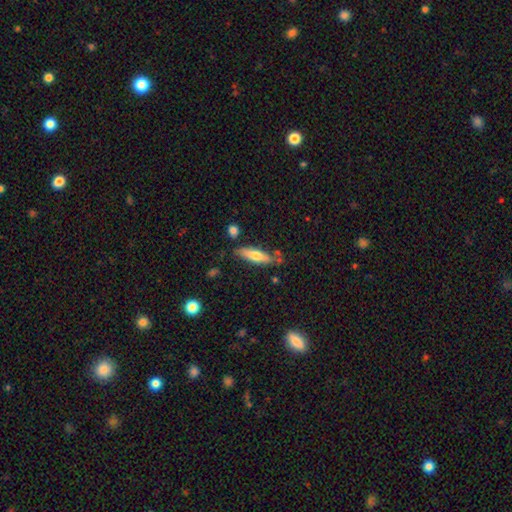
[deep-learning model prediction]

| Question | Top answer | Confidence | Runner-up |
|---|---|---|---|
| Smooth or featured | smooth | 61% | featured or disk (32%) |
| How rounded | cigar-shaped | 61% | in between (37%) |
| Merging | none | 68% | minor disturbance (20%) |